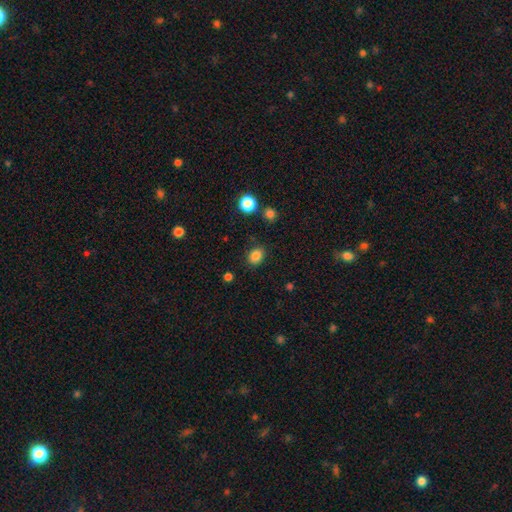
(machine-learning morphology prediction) smooth 84%, star or artifact 11%, featured or disk 4%. Down the decision tree: how rounded — in between (52%); merging — none (84%).